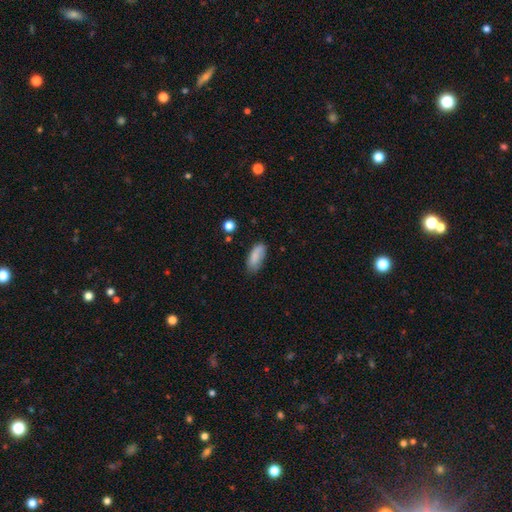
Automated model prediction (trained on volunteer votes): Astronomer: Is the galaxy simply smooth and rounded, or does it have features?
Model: smooth — 82%.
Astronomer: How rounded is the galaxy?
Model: in between — 86%.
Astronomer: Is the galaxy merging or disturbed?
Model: none — 69%.